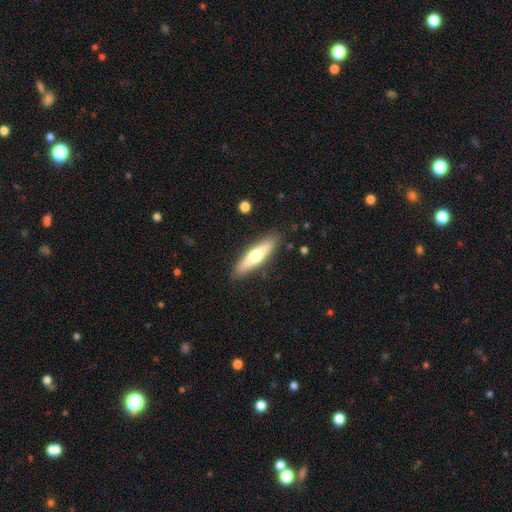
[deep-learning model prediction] Smooth or featured? smooth (55%)
How rounded? cigar-shaped (74%)
Merging? none (88%)